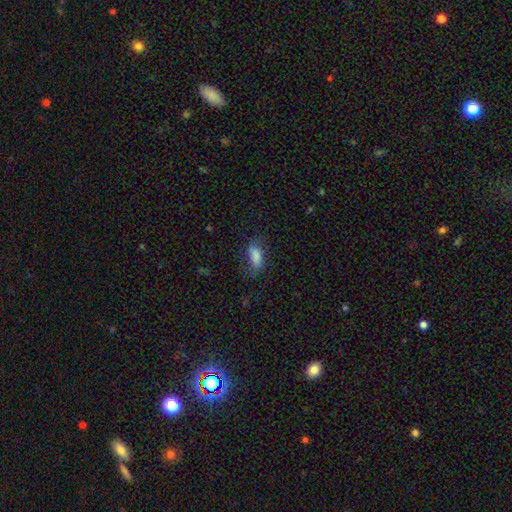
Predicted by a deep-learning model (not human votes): A smooth galaxy with no disk features (79%) that is in between round and cigar-shaped (80%).

Vote fractions:
- Smooth or featured? smooth: 79% / featured or disk: 12% / star or artifact: 9%
- How rounded? in between: 80% / cigar-shaped: 16% / round: 4%
- Merging? none: 60% / minor disturbance: 25% / major disturbance: 13% / merger: 2%